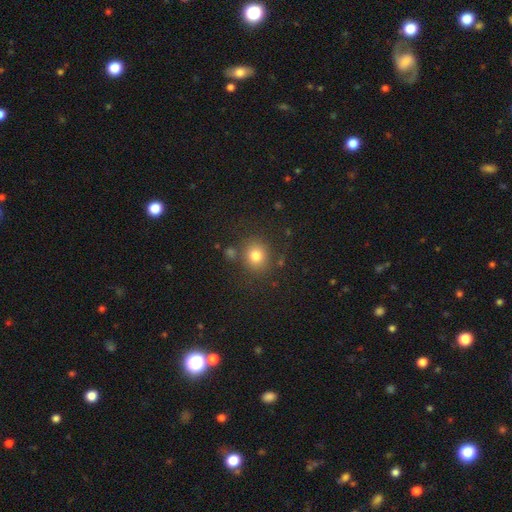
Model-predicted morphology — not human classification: The model was most divided on "smooth or featured": smooth: 79%, star or artifact: 13%, featured or disk: 8%. More confident: how rounded — round (84%); merging — none (80%).